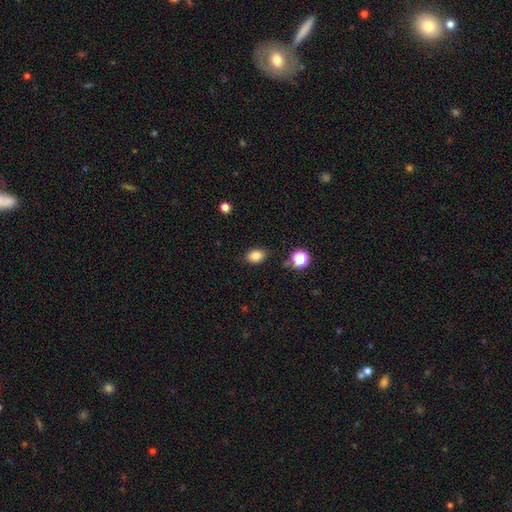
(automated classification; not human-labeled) Smooth or featured?
  - smooth: 83% *
  - star or artifact: 11%
  - featured or disk: 6%
How rounded?
  - in between: 73% *
  - round: 26%
  - cigar-shaped: 1%
Merging?
  - none: 84% *
  - minor disturbance: 11%
  - major disturbance: 3%
  - merger: 2%